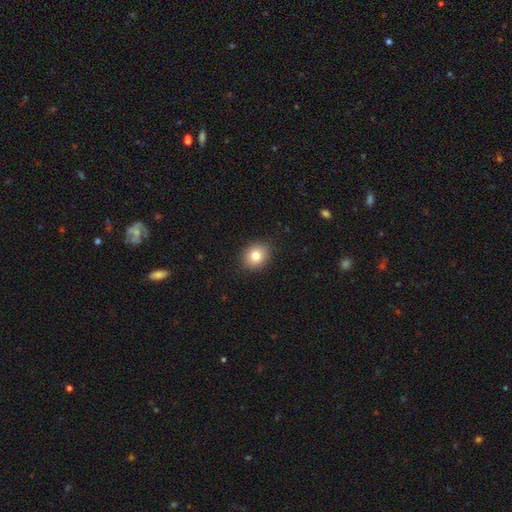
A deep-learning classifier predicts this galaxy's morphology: Overall: smooth (81%). How rounded: round (62%; in between 37%). Merging: none (89%).